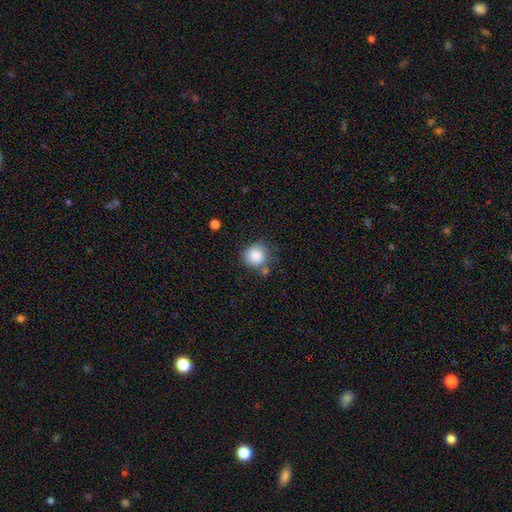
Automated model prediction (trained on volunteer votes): smooth-or-featured: smooth: 85% | star or artifact: 8% | featured or disk: 6%
  how-rounded: round: 86% | in between: 13% | cigar-shaped: 1%
  merging: none: 62% | minor disturbance: 20% | merger: 12% | major disturbance: 6%